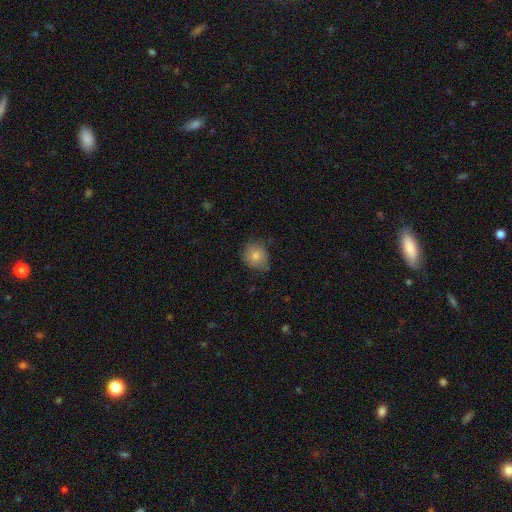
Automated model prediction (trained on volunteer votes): Smooth or featured? Predicted: smooth (p=0.81). How rounded? Predicted: round (p=0.75). Merging? Predicted: none (p=0.68).